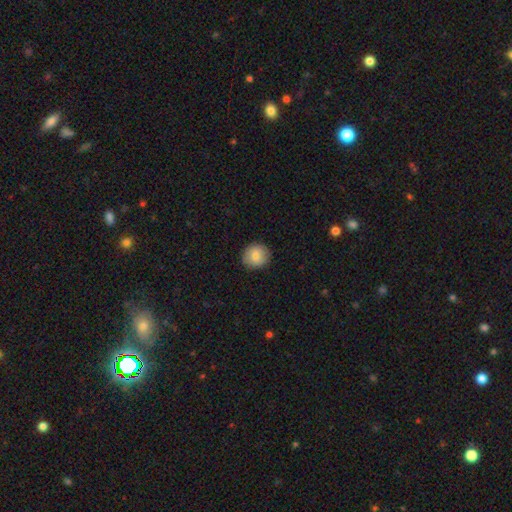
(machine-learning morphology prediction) Smooth or featured? Predicted: smooth (p=0.80). How rounded? Predicted: round (p=0.86). Merging? Predicted: none (p=0.89).